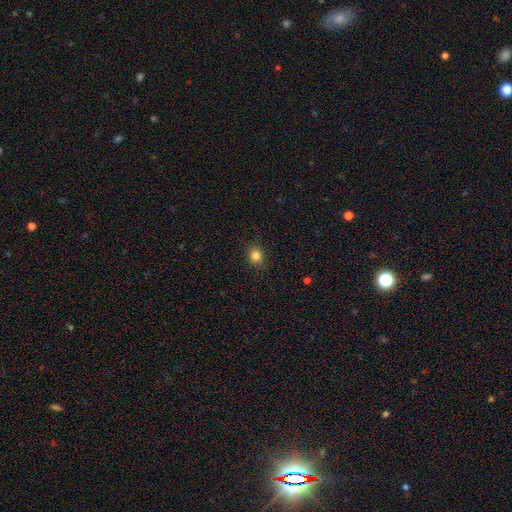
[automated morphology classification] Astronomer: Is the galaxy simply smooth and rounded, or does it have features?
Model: smooth — 84%.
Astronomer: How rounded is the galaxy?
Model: round — 75%.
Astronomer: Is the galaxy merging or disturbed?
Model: none — 89%.